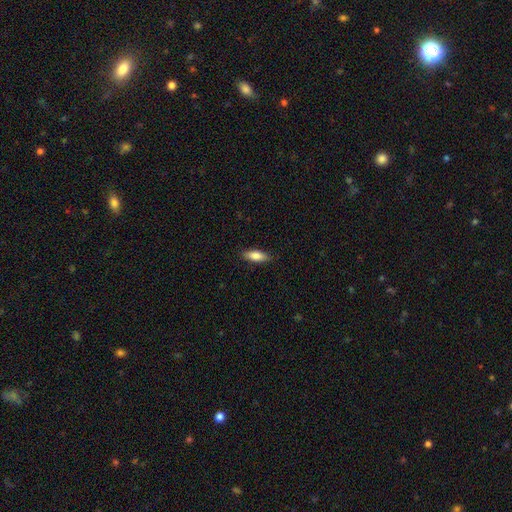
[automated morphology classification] Smooth or featured: smooth — 80% (featured or disk — 14%)
How rounded: in between — 65% (cigar-shaped — 33%)
Merging: none — 87% (minor disturbance — 10%)